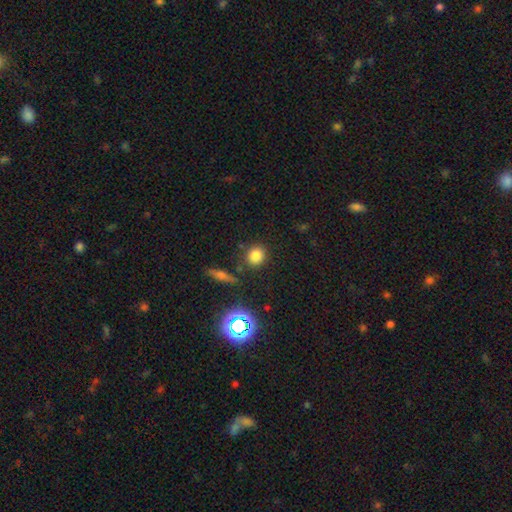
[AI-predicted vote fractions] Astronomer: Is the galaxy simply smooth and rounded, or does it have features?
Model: smooth — 78%.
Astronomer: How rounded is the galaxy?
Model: round — 82%.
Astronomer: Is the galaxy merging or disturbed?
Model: none — 84%.